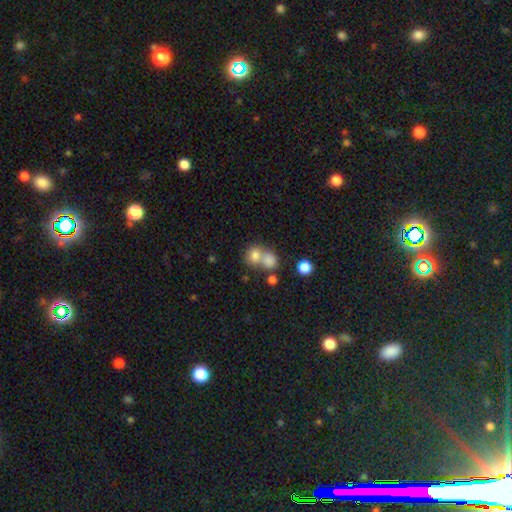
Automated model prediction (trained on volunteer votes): This is likely a smooth galaxy (77%). How rounded: likely round (72%). Merging: possibly merger (55%).